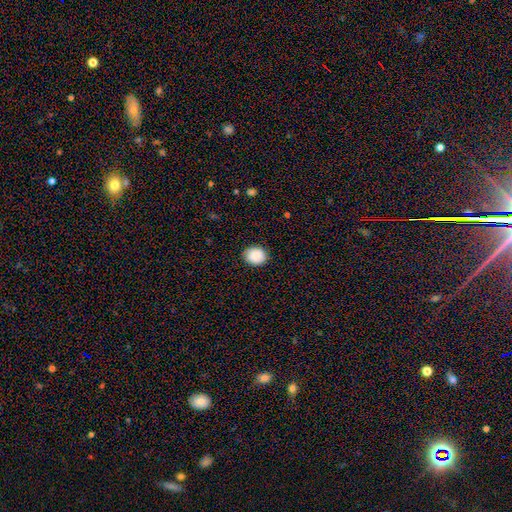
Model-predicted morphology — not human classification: smooth-or-featured: smooth: 87% | star or artifact: 8% | featured or disk: 5%
  how-rounded: round: 60% | in between: 39% | cigar-shaped: 1%
  merging: none: 87% | minor disturbance: 10% | major disturbance: 2% | merger: 1%